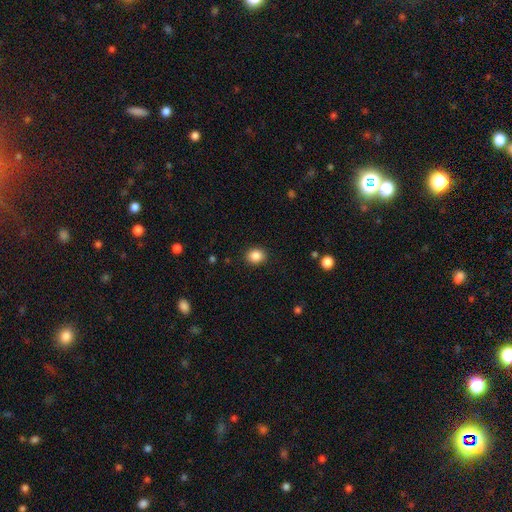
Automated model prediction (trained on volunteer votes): Smooth or featured?
  - smooth: 87% *
  - star or artifact: 10%
  - featured or disk: 4%
How rounded?
  - round: 70% *
  - in between: 29%
  - cigar-shaped: 1%
Merging?
  - none: 90% *
  - minor disturbance: 6%
  - major disturbance: 2%
  - merger: 1%